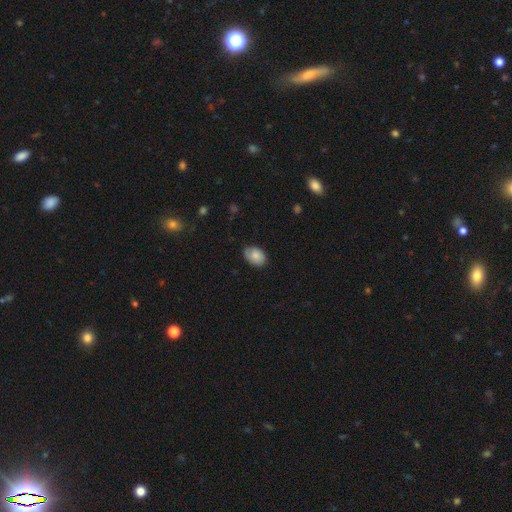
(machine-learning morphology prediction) type=smooth (80%); roundness=in between (84%); merging=none (77%).